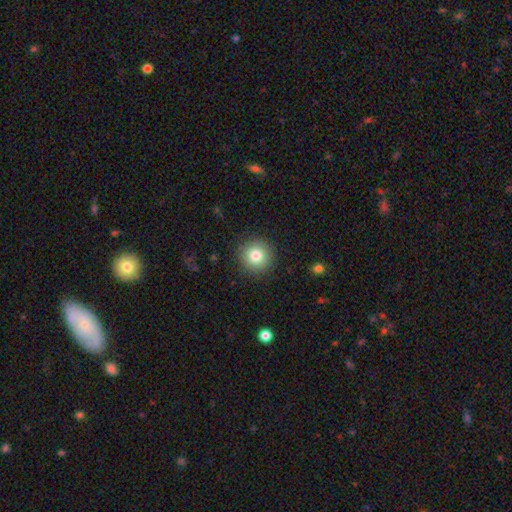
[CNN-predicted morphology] Overall: smooth (81%). How rounded: round (94%). Merging: none (90%).